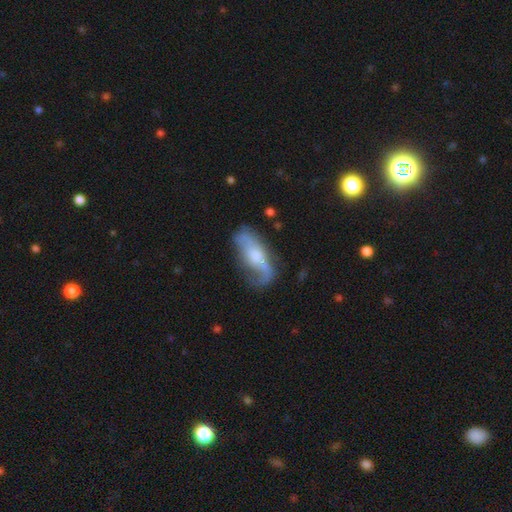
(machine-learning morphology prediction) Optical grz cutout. It shows a featured or disk galaxy (65%) with no bar (57%), spiral arms (78%) and a moderate central bulge (50%). Merging: none (52%).